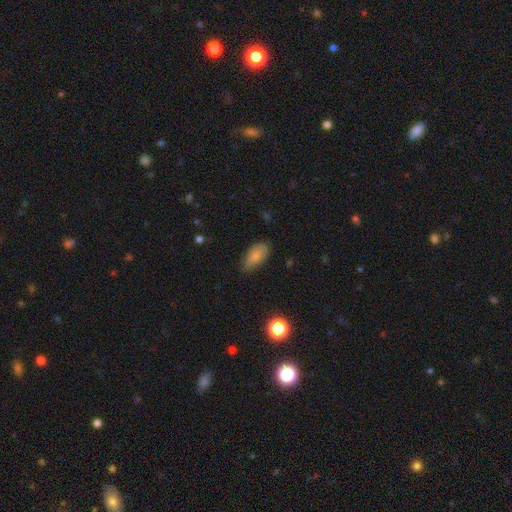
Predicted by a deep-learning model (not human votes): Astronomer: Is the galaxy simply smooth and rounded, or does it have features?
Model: smooth — 80%.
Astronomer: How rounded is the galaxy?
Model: in between — 91%.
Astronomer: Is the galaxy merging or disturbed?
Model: none — 71%.